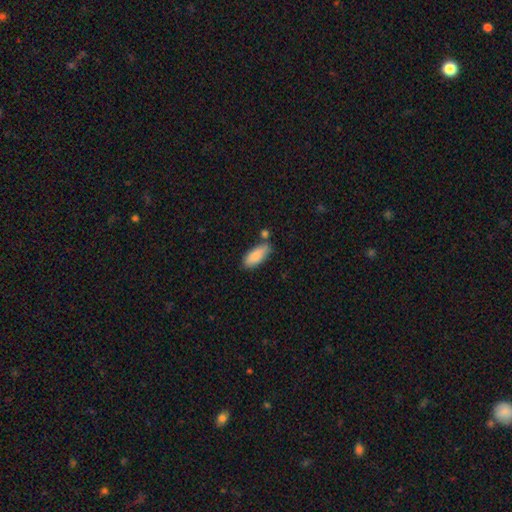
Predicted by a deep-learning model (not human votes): smooth 85%, featured or disk 9%, star or artifact 6%. Down the decision tree: how rounded — in between (80%); merging — none (66%).